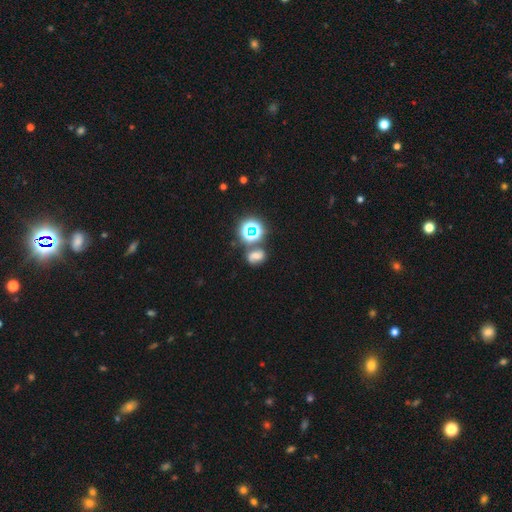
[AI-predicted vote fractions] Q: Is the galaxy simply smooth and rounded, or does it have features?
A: smooth — 48%.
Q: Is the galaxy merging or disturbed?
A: none — 53%.